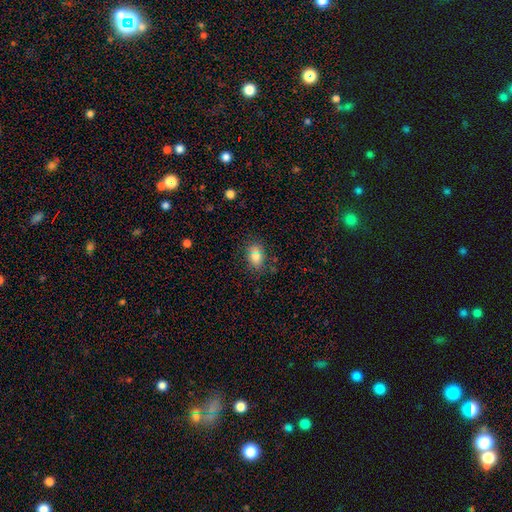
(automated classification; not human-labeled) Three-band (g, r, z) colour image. It shows a smooth galaxy with no disk features (80%) that is in between round and cigar-shaped (80%). Merging: none (76%).